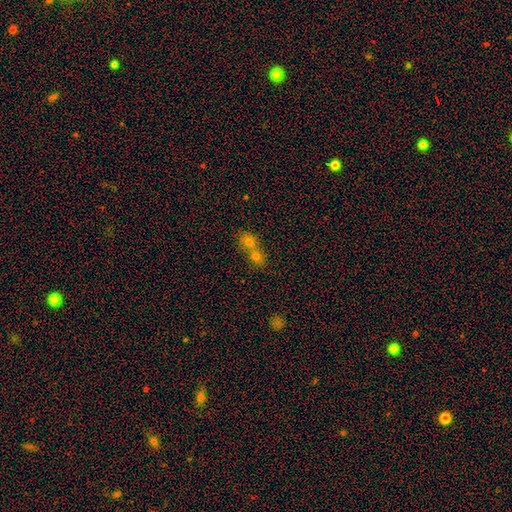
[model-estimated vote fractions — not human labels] Q: Smooth or featured?
A: smooth (59%); runner-up: star or artifact (23%)
Q: How rounded?
A: round (66%); runner-up: in between (31%)
Q: Merging?
A: merger (63%); runner-up: none (28%)